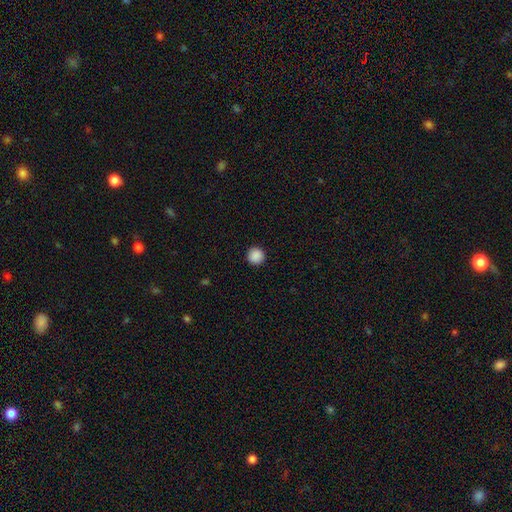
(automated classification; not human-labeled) A smooth galaxy with no disk features (89%) that is round (96%).

Vote fractions:
- Smooth or featured? smooth: 89% / star or artifact: 9% / featured or disk: 2%
- How rounded? round: 96% / in between: 3% / cigar-shaped: 1%
- Merging? none: 93% / minor disturbance: 5% / major disturbance: 2% / merger: 1%